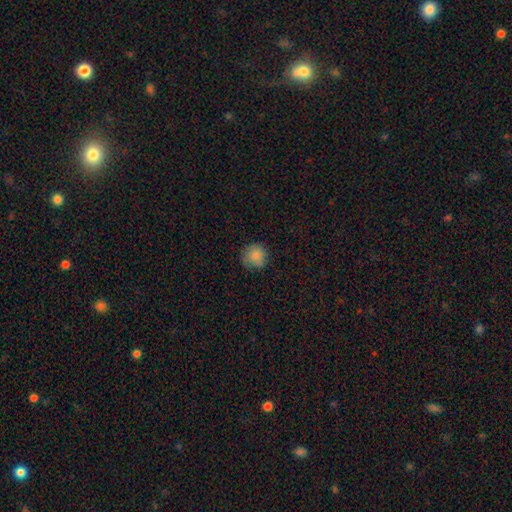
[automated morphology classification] A smooth galaxy with no disk features (83%) that is round (91%).

Vote fractions:
- Smooth or featured? smooth: 83% / star or artifact: 9% / featured or disk: 8%
- How rounded? round: 91% / in between: 8% / cigar-shaped: 1%
- Merging? none: 77% / minor disturbance: 18% / major disturbance: 4% / merger: 1%